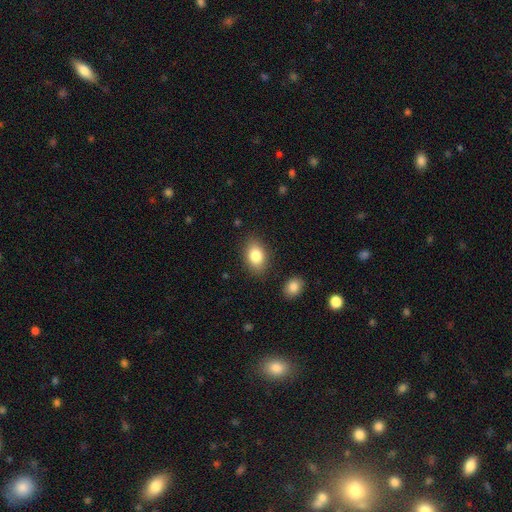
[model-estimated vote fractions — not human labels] This is clearly a smooth galaxy (83%). How rounded: clearly in between (83%). Merging: clearly none (84%).